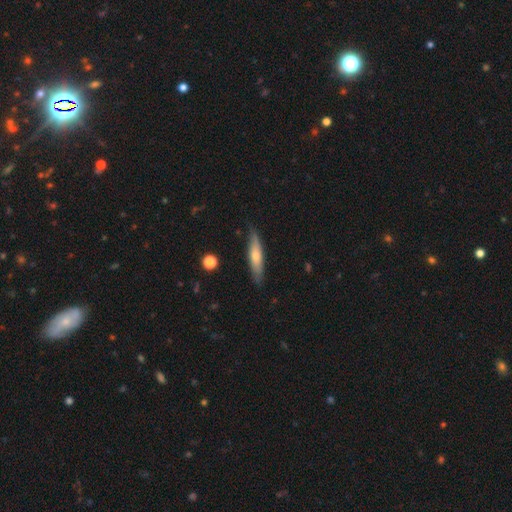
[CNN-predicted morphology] This is possibly a smooth galaxy (56%). How rounded: clearly cigar-shaped (81%). Merging: clearly none (81%).